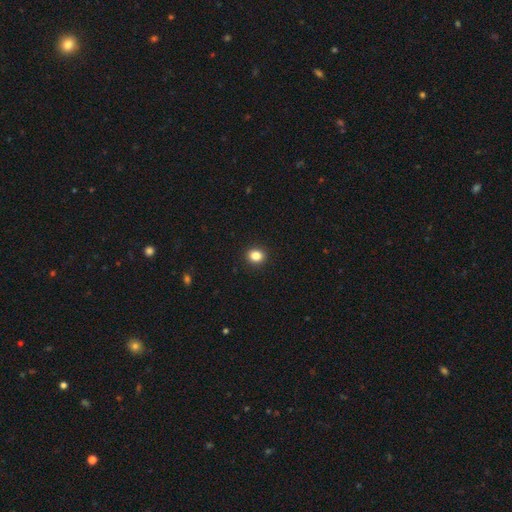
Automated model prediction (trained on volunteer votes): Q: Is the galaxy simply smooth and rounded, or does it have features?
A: smooth — 85%.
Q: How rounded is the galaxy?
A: round — 72%.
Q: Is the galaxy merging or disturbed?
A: none — 92%.